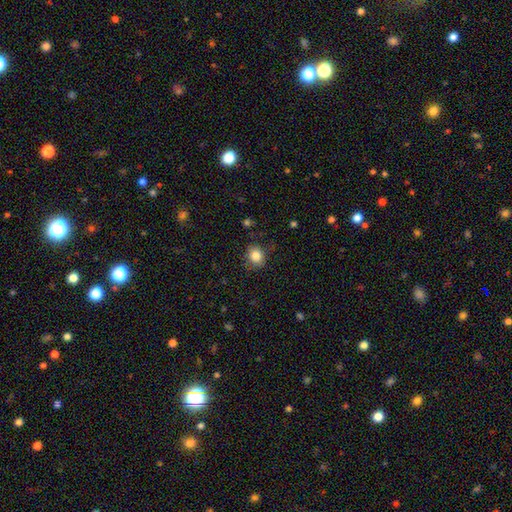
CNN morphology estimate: This is clearly a smooth galaxy (84%). How rounded: likely round (71%). Merging: likely none (79%).